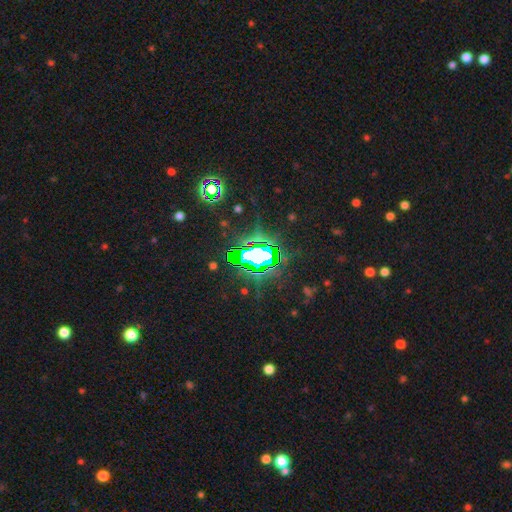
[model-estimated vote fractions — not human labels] Smooth or featured: star or artifact — 69% (smooth — 17%)